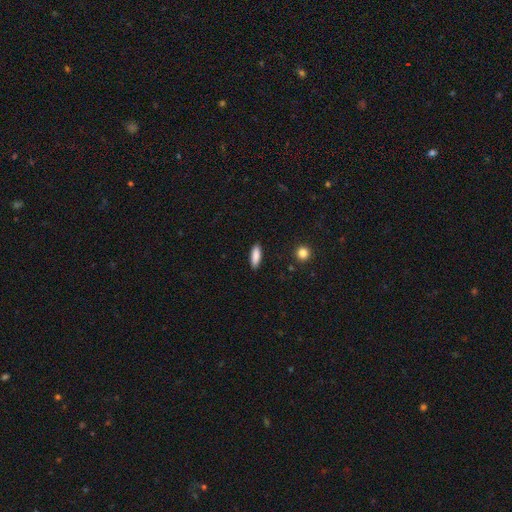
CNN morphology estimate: smooth_or_featured: smooth (p=0.87) [alt: featured or disk p=0.07]
how_rounded: in between (p=0.52) [alt: cigar-shaped p=0.46]
merging: none (p=0.88) [alt: minor disturbance p=0.09]